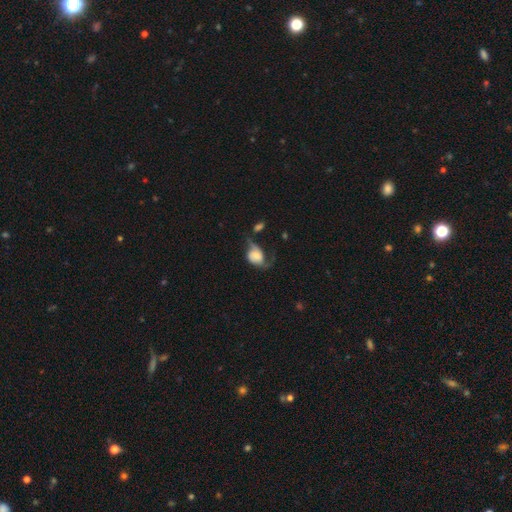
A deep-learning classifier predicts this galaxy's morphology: Smooth or featured? Predicted: featured or disk (p=0.52). Edge-on disk? Predicted: no (p=0.95). Merging? Predicted: major disturbance (p=0.36).